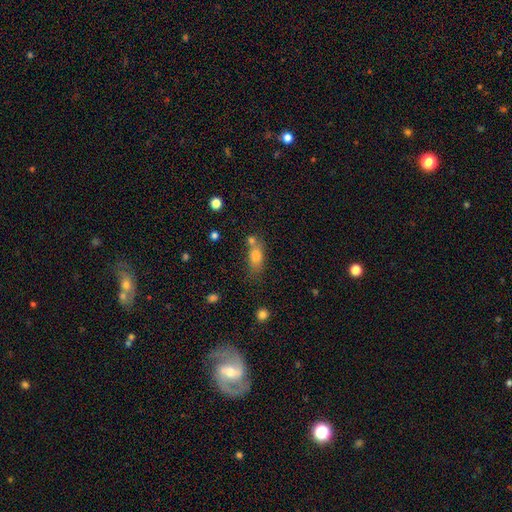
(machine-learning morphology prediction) smooth_or_featured: smooth (p=0.76) [alt: featured or disk p=0.13]
how_rounded: in between (p=0.73) [alt: round p=0.16]
merging: none (p=0.46) [alt: merger p=0.32]